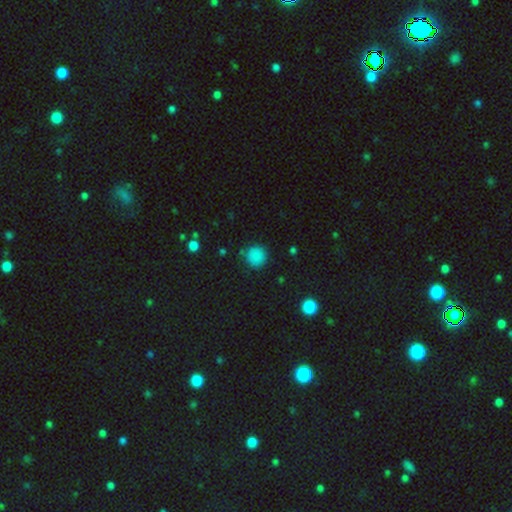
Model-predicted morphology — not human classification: Smooth or featured: smooth — 85% (star or artifact — 12%)
How rounded: round — 92% (in between — 7%)
Merging: none — 85% (minor disturbance — 10%)